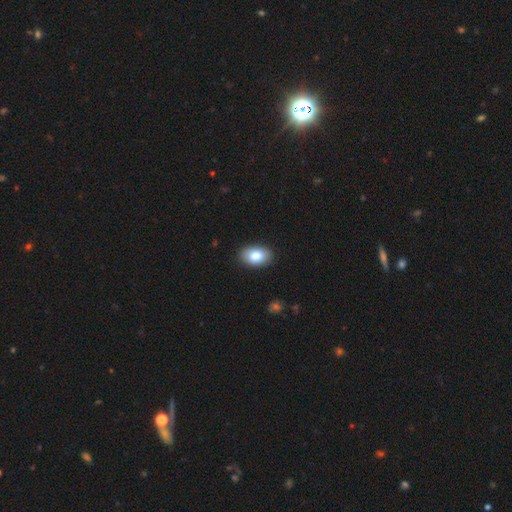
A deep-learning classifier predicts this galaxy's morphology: This is clearly a smooth galaxy (83%). How rounded: clearly in between (90%). Merging: clearly none (88%).